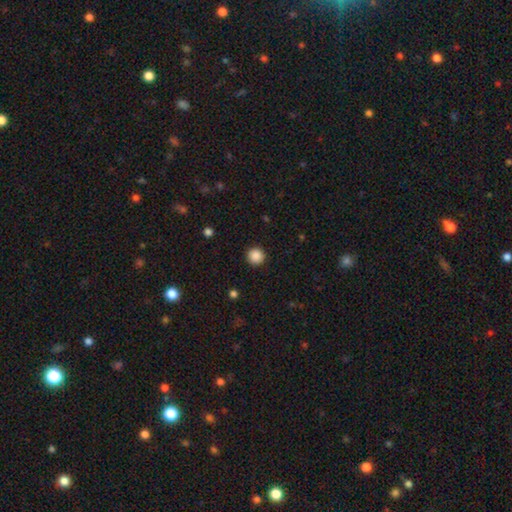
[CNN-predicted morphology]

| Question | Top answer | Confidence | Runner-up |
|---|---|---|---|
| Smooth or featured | smooth | 88% | star or artifact (10%) |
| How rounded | round | 95% | in between (4%) |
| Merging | none | 92% | minor disturbance (5%) |